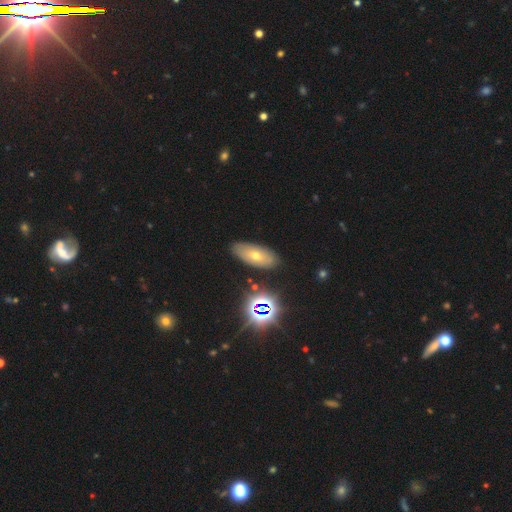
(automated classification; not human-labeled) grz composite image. It shows a smooth galaxy with no disk features (52%) that is in between round and cigar-shaped (87%). Merging: none (84%).